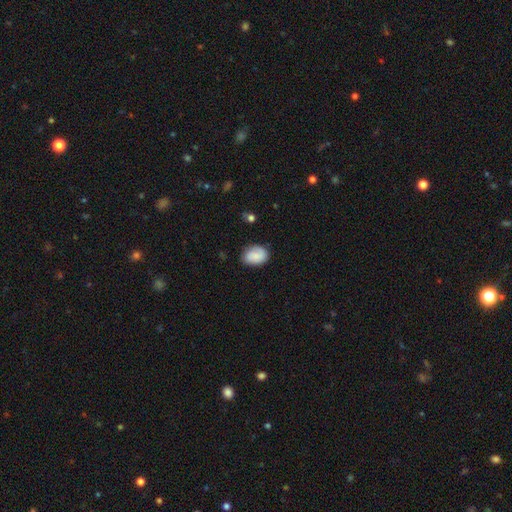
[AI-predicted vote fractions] Overall: smooth (76%). How rounded: in between (77%). Merging: none (72%).